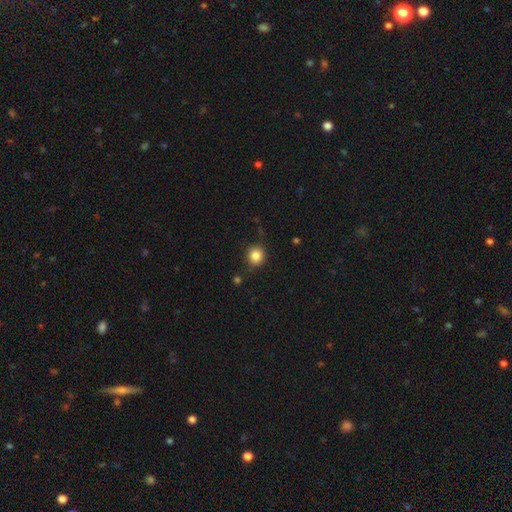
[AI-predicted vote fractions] Smooth or featured? Predicted: smooth (p=0.86). How rounded? Predicted: round (p=0.90). Merging? Predicted: none (p=0.86).